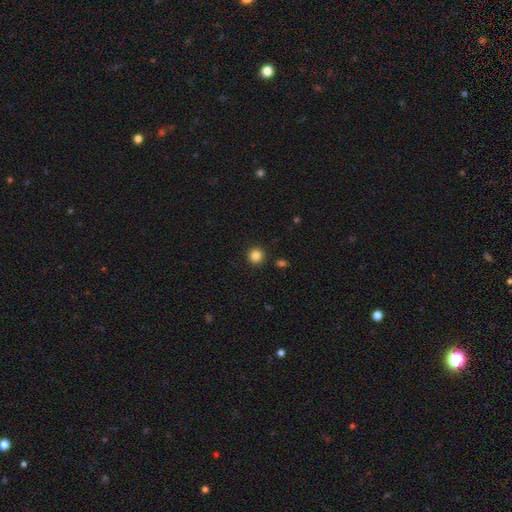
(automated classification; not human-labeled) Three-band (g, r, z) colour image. It shows a smooth galaxy with no disk features (85%) that is round (93%). Merging: none (92%).